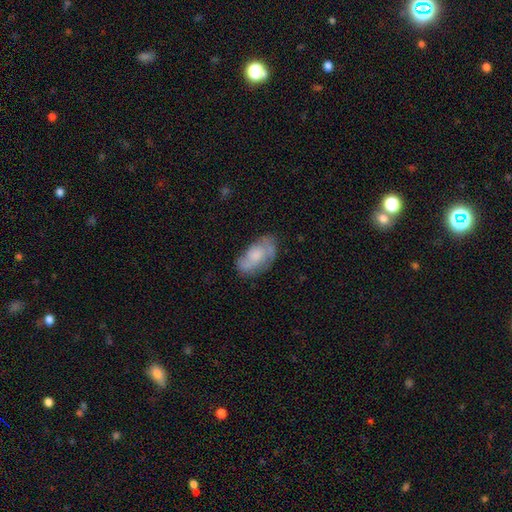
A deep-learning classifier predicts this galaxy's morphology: This is possibly a smooth galaxy (47%). Merging: likely none (61%).